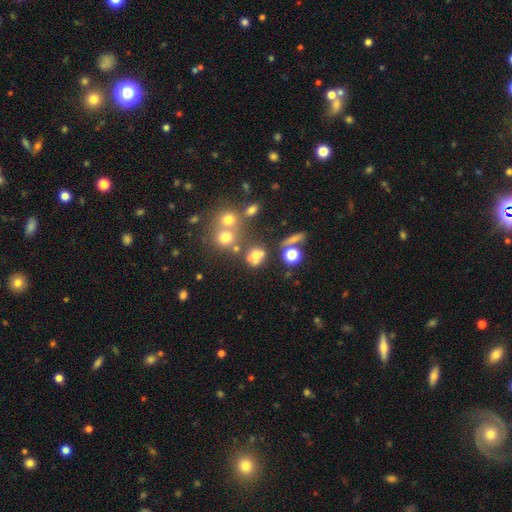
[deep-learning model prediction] This is possibly a smooth galaxy (58%). How rounded: likely round (64%). Merging: marginally none (42%).